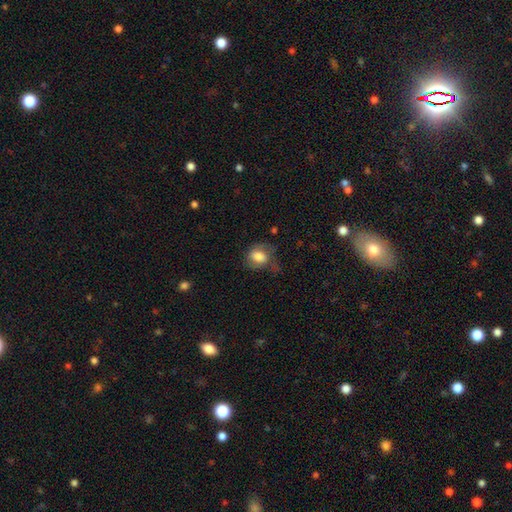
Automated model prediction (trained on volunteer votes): Smooth or featured: smooth — 68% (featured or disk — 23%)
How rounded: in between — 59% (round — 39%)
Merging: none — 46% (minor disturbance — 29%)